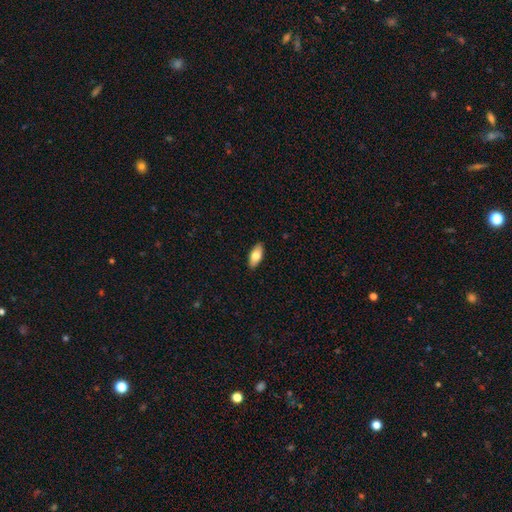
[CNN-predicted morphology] The model was most divided on "smooth or featured": smooth: 78%, featured or disk: 16%, star or artifact: 6%. More confident: merging — none (89%); how rounded — in between (88%).